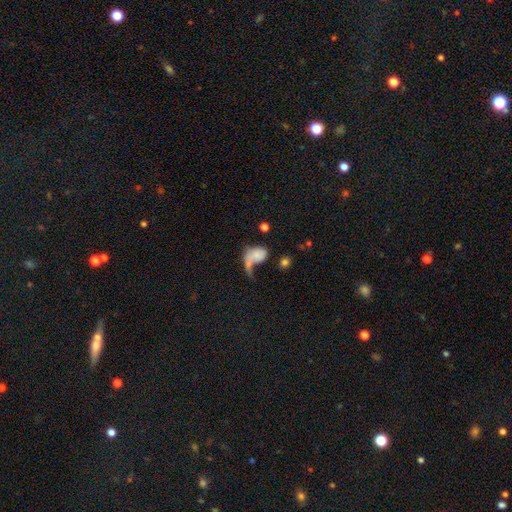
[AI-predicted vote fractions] Smooth or featured? smooth (57%)
How rounded? in between (76%)
Merging? major disturbance (46%)